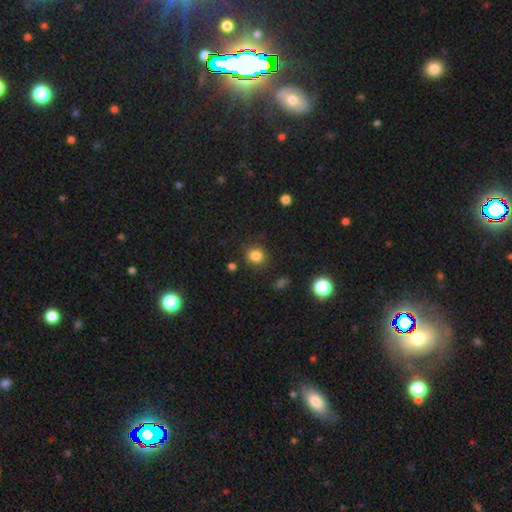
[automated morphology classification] A smooth galaxy with no disk features (83%) that is round (86%). Merging: none (87%).